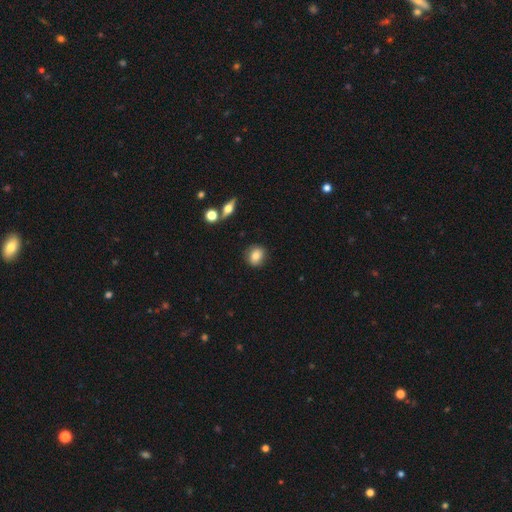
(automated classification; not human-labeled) Q: Smooth or featured?
A: smooth (80%); runner-up: featured or disk (11%)
Q: How rounded?
A: round (73%); runner-up: in between (26%)
Q: Merging?
A: none (86%); runner-up: minor disturbance (9%)